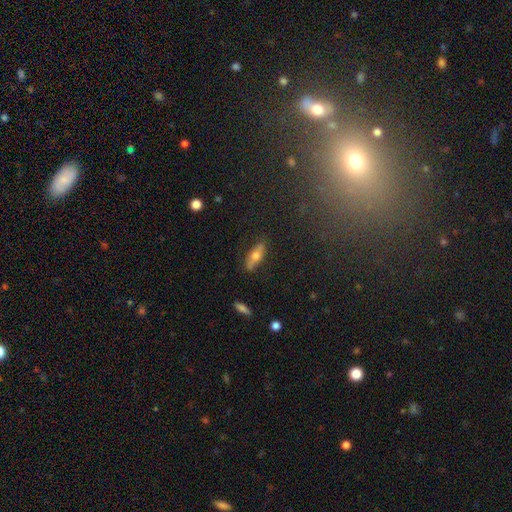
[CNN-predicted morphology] This is possibly a smooth galaxy (55%). How rounded: possibly in between (57%). Merging: clearly none (82%).